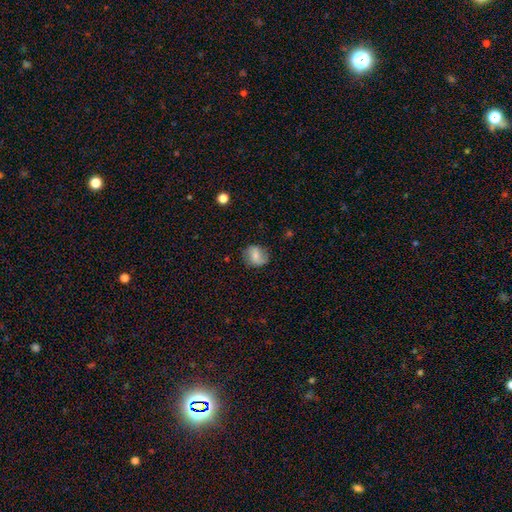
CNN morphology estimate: Smooth or featured?
  - smooth: 55% *
  - featured or disk: 36%
  - star or artifact: 9%
How rounded?
  - round: 69% *
  - in between: 30%
  - cigar-shaped: 1%
Merging?
  - none: 75% *
  - minor disturbance: 18%
  - major disturbance: 5%
  - merger: 1%